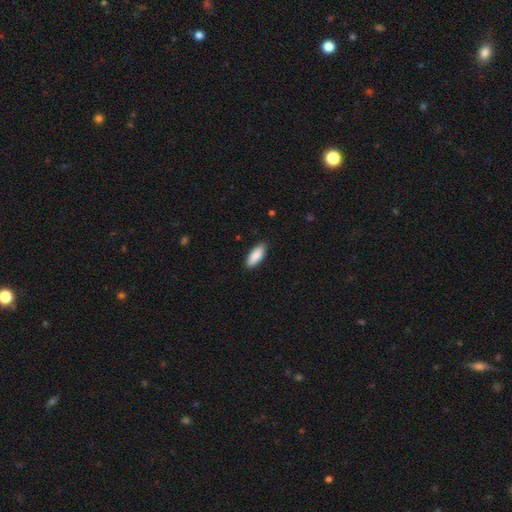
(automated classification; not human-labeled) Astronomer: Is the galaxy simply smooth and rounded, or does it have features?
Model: smooth — 90%.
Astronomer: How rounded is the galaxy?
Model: in between — 80%.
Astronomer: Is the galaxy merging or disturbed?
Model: none — 89%.